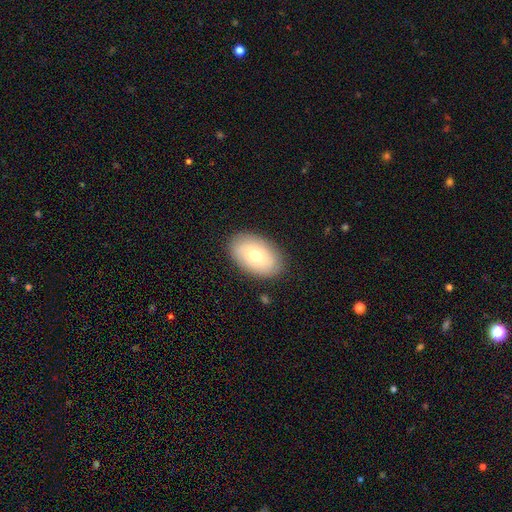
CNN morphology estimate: Smooth or featured? smooth (61%)
How rounded? in between (91%)
Merging? none (87%)